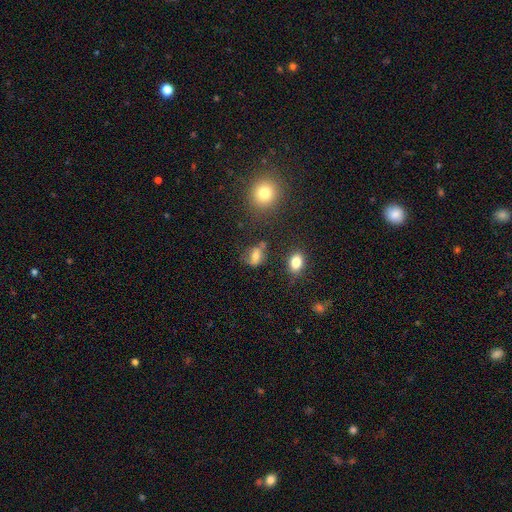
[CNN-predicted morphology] This appears to be a smooth galaxy with no disk features (65%) that is in between round and cigar-shaped (64%). Merging: none (55%).